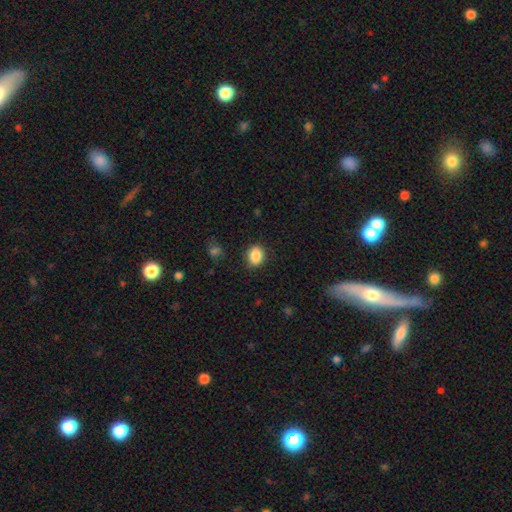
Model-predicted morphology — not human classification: smooth-or-featured: smooth: 87% | star or artifact: 9% | featured or disk: 4%
  how-rounded: in between: 50% | round: 48% | cigar-shaped: 1%
  merging: none: 87% | minor disturbance: 9% | major disturbance: 3% | merger: 1%